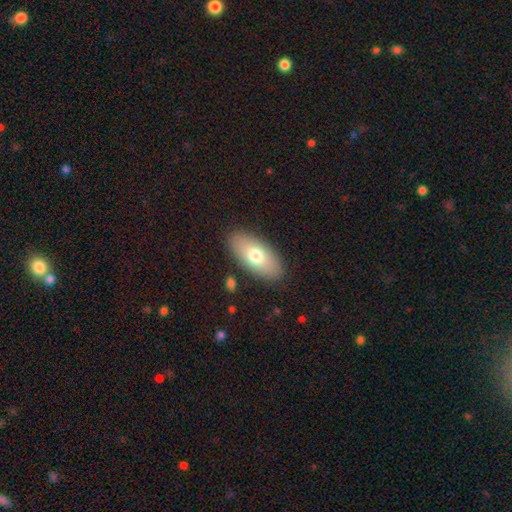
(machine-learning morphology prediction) Q: Smooth or featured?
A: smooth (72%); runner-up: featured or disk (22%)
Q: How rounded?
A: in between (91%); runner-up: cigar-shaped (6%)
Q: Merging?
A: none (87%); runner-up: minor disturbance (9%)